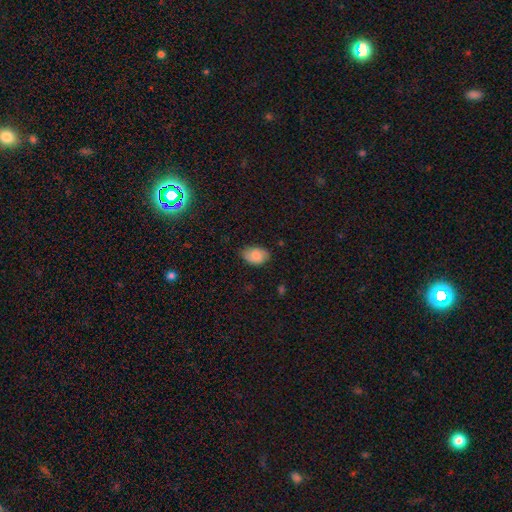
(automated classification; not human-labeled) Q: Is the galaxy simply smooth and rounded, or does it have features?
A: smooth — 86%.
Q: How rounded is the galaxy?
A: in between — 85%.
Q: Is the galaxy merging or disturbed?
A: none — 74%.